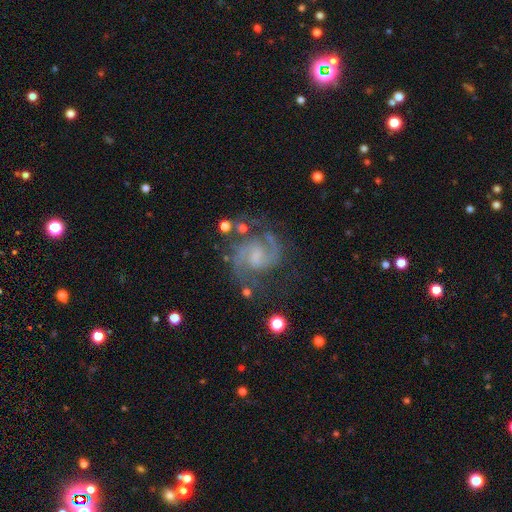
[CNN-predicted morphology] Smooth or featured: featured or disk — 90% (star or artifact — 6%)
Edge-on disk: no — 98% (yes — 2%)
Bar: weak — 53% (no — 35%)
Spiral arms: yes — 98% (no — 2%)
Spiral winding: medium — 63% (tight — 23%)
Spiral arm count: 2 — 91% (can't tell — 3%)
Bulge size: small — 44% (none — 30%)
Merging: none — 72% (minor disturbance — 16%)